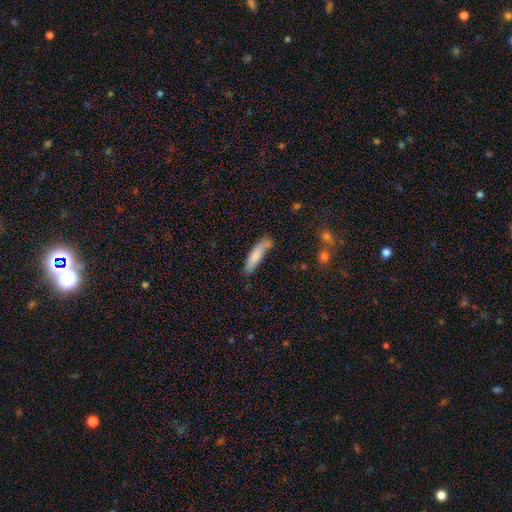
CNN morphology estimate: The model was most divided on "merging": none: 61%, minor disturbance: 24%, merger: 8%, major disturbance: 7%. More confident: smooth or featured — smooth (80%); how rounded — cigar-shaped (76%).